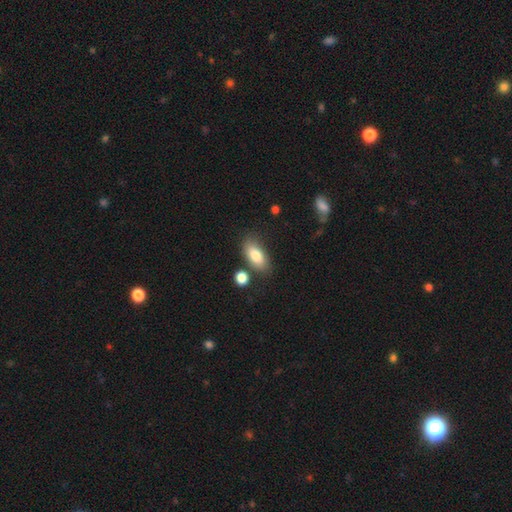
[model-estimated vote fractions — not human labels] Smooth or featured?
  - smooth: 81% *
  - featured or disk: 12%
  - star or artifact: 7%
How rounded?
  - in between: 87% *
  - cigar-shaped: 8%
  - round: 5%
Merging?
  - none: 73% *
  - minor disturbance: 15%
  - merger: 9%
  - major disturbance: 4%